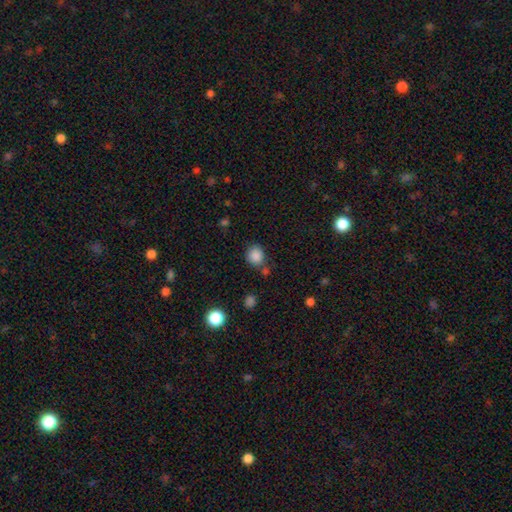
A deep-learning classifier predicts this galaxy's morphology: smooth 86%, star or artifact 10%, featured or disk 4%. Down the decision tree: how rounded — round (78%); merging — none (69%).